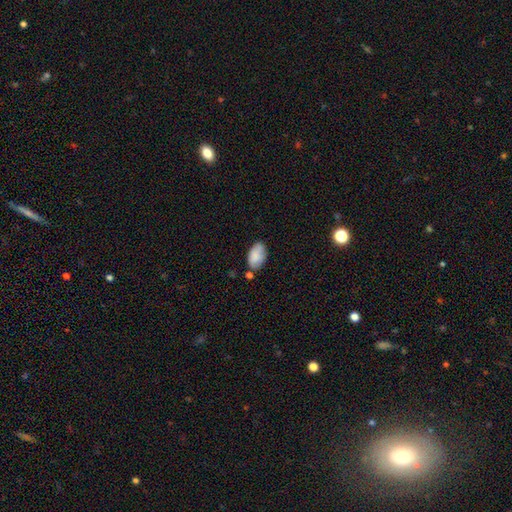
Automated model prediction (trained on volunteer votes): This appears to be a smooth galaxy with no disk features (84%) that is in between round and cigar-shaped (93%). Merging: none (59%).